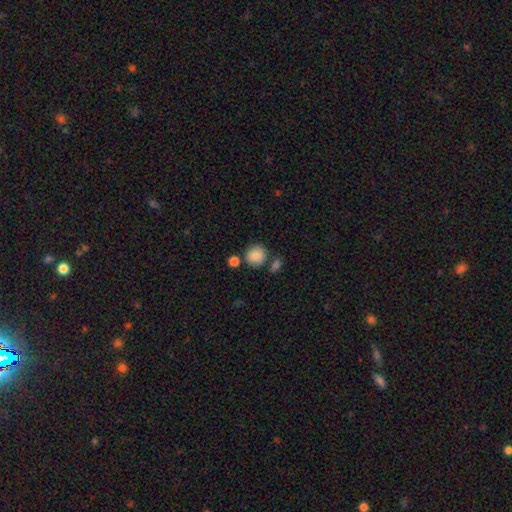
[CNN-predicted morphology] Smooth or featured: smooth — 86% (star or artifact — 8%)
How rounded: round — 83% (in between — 16%)
Merging: none — 67% (merger — 15%)